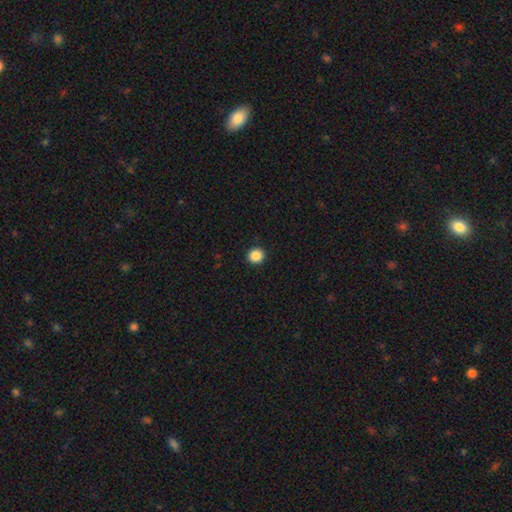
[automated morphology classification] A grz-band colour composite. It shows a smooth galaxy with no disk features (87%) that is round (93%). Merging: none (93%).